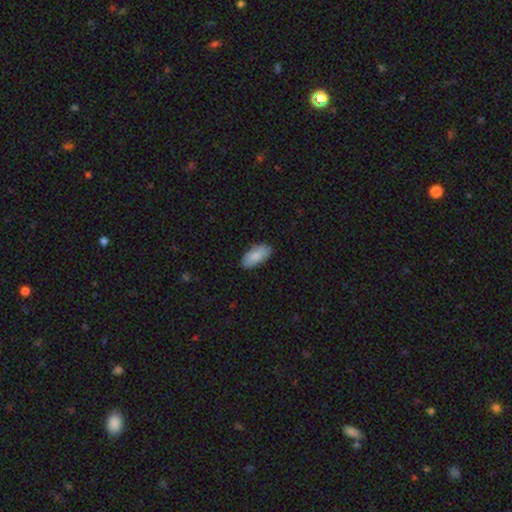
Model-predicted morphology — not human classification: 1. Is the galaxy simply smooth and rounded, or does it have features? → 86% smooth, 8% featured or disk, 6% star or artifact.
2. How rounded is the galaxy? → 91% in between, 7% cigar-shaped, 2% round.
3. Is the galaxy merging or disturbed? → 84% none, 13% minor disturbance, 2% major disturbance, 1% merger.